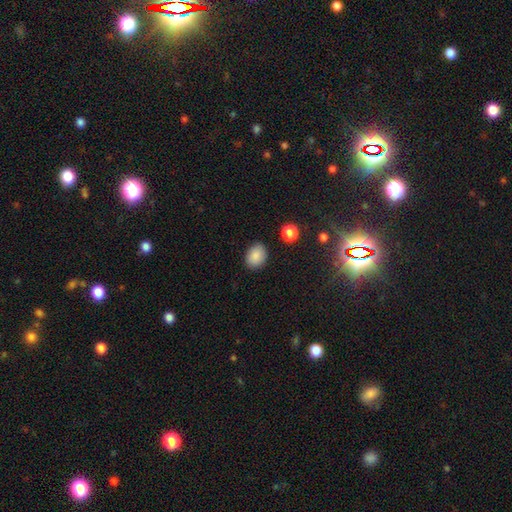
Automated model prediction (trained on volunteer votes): Q: Smooth or featured?
A: smooth (88%); runner-up: star or artifact (9%)
Q: How rounded?
A: in between (66%); runner-up: round (33%)
Q: Merging?
A: none (85%); runner-up: minor disturbance (11%)